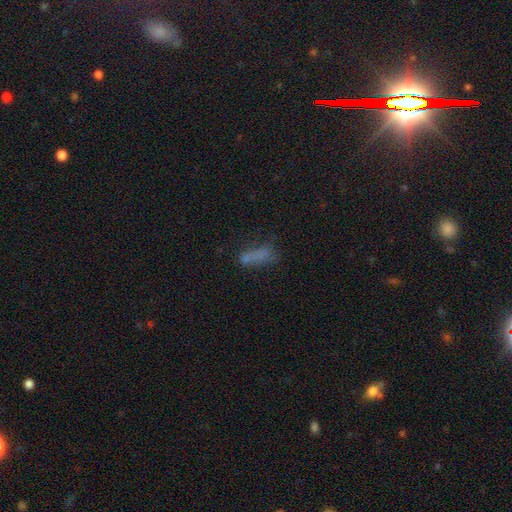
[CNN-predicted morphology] type=smooth (65%); roundness=cigar-shaped (59%); merging=none (51%).